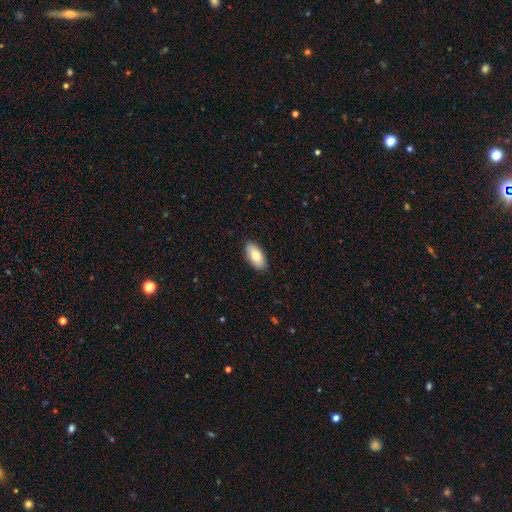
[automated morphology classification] Smooth or featured? smooth (80%)
How rounded? in between (93%)
Merging? none (89%)